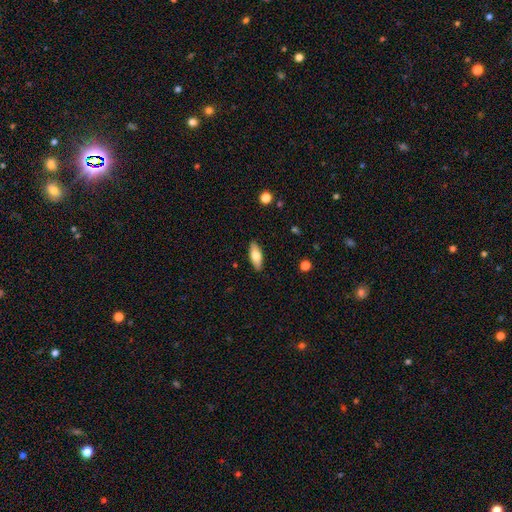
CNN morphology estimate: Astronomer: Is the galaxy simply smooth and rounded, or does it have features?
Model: smooth — 70%.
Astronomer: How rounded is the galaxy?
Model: in between — 69%.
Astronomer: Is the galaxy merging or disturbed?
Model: none — 89%.